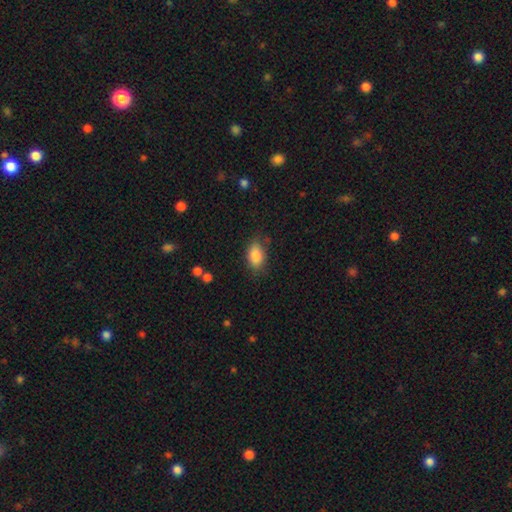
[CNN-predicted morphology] smooth-or-featured: smooth: 85% | star or artifact: 8% | featured or disk: 8%
  how-rounded: in between: 88% | round: 10% | cigar-shaped: 2%
  merging: none: 75% | minor disturbance: 18% | major disturbance: 4% | merger: 2%